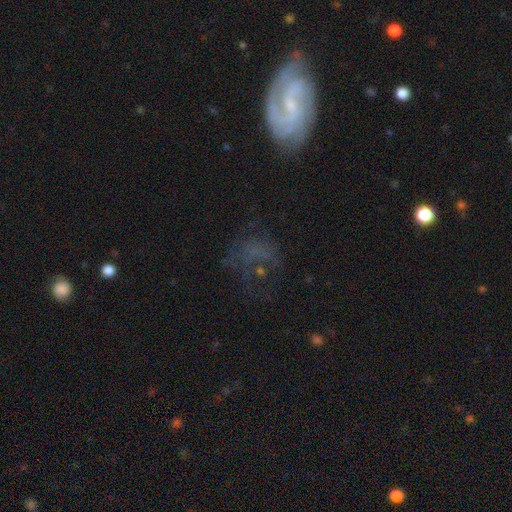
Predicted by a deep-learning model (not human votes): A featured or disk galaxy (50%).

Vote fractions:
- Smooth or featured? featured or disk: 50% / smooth: 27% / star or artifact: 23%
- Merging? none: 54% / major disturbance: 22% / minor disturbance: 19% / merger: 5%